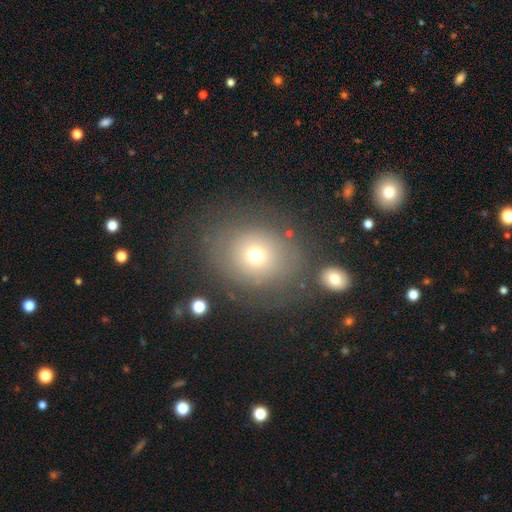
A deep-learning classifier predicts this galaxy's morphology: A smooth galaxy with no disk features (63%) that is round (69%). Merging: none (70%).